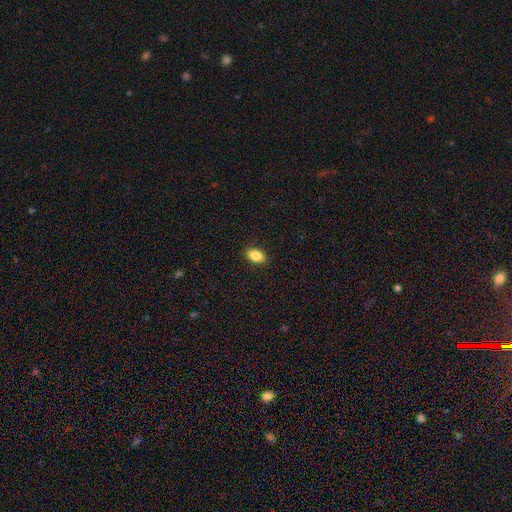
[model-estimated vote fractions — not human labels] Smooth or featured?
  - smooth: 86% *
  - star or artifact: 8%
  - featured or disk: 6%
How rounded?
  - in between: 89% *
  - round: 9%
  - cigar-shaped: 2%
Merging?
  - none: 90% *
  - minor disturbance: 7%
  - major disturbance: 2%
  - merger: 1%